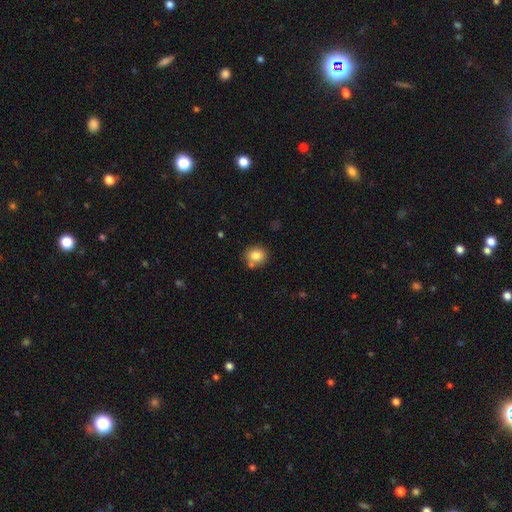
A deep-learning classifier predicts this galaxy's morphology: A smooth galaxy with no disk features (82%) that is round (72%).

Vote fractions:
- Smooth or featured? smooth: 82% / star or artifact: 10% / featured or disk: 8%
- How rounded? round: 72% / in between: 27% / cigar-shaped: 1%
- Merging? none: 72% / merger: 13% / minor disturbance: 12% / major disturbance: 3%